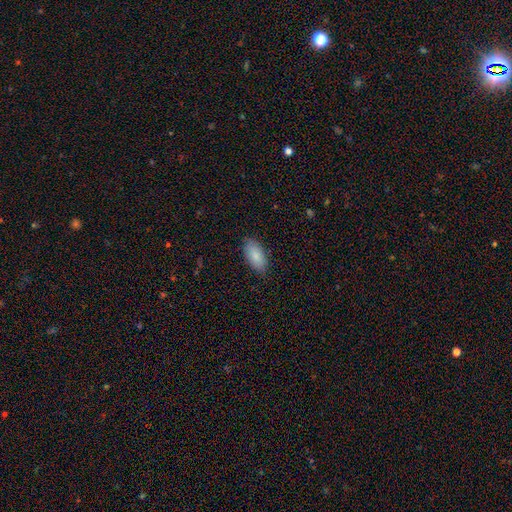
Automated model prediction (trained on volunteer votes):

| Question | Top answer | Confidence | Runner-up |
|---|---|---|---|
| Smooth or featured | smooth | 87% | featured or disk (7%) |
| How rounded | in between | 92% | cigar-shaped (6%) |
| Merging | none | 86% | minor disturbance (11%) |